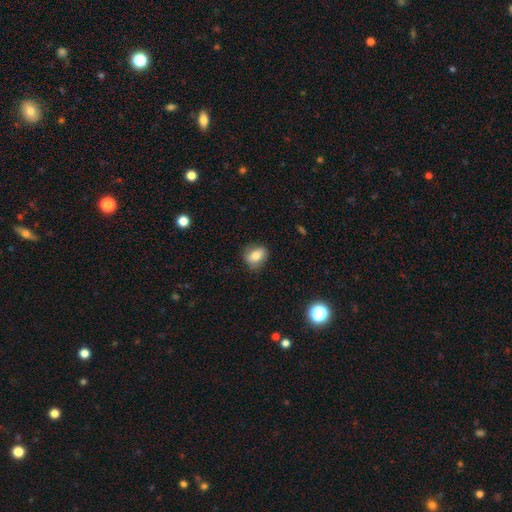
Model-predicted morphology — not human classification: Overall: smooth (76%). How rounded: in between (62%; round 36%). Merging: none (79%).